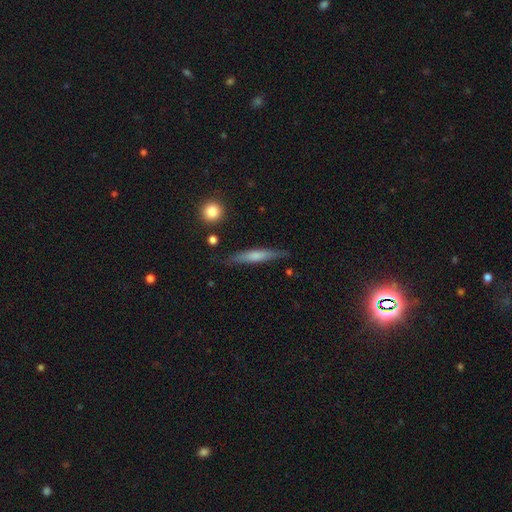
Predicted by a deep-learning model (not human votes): This appears to be a smooth galaxy with no disk features (55%) that is cigar-shaped (90%). Merging: none (81%).